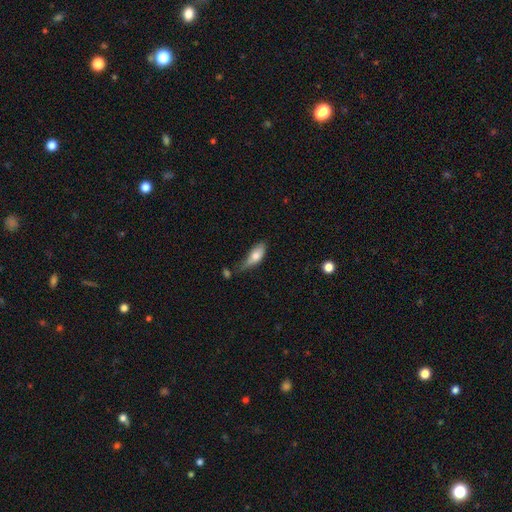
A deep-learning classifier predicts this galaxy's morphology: smooth-or-featured: smooth: 72% | featured or disk: 20% | star or artifact: 7%
  how-rounded: in between: 74% | cigar-shaped: 22% | round: 4%
  merging: minor disturbance: 36% | none: 31% | major disturbance: 19% | merger: 13%